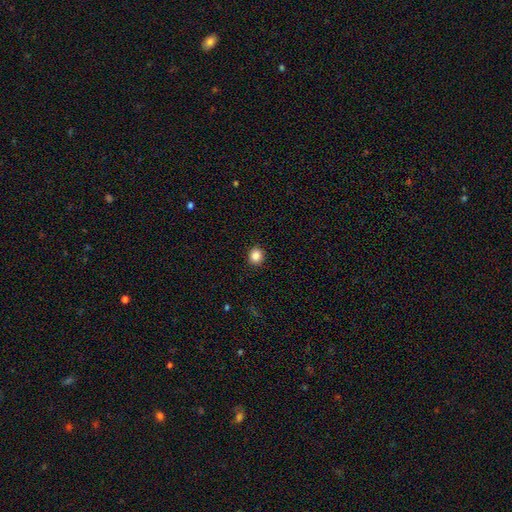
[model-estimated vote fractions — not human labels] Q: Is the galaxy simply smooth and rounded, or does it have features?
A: smooth — 86%.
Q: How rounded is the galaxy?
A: round — 87%.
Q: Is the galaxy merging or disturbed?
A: none — 92%.